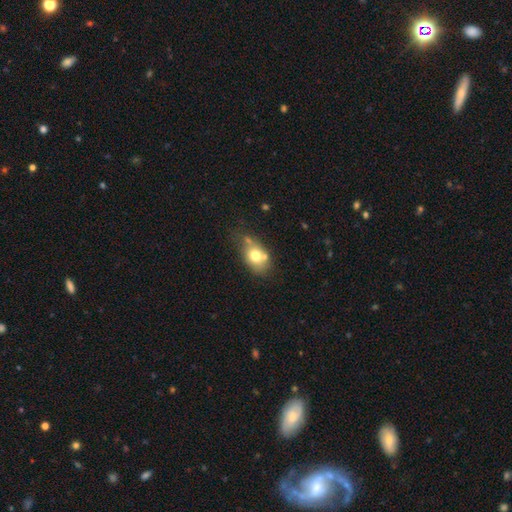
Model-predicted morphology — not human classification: This appears to be a smooth galaxy with no disk features (71%) that is in between round and cigar-shaped (73%). Merging: none (48%).